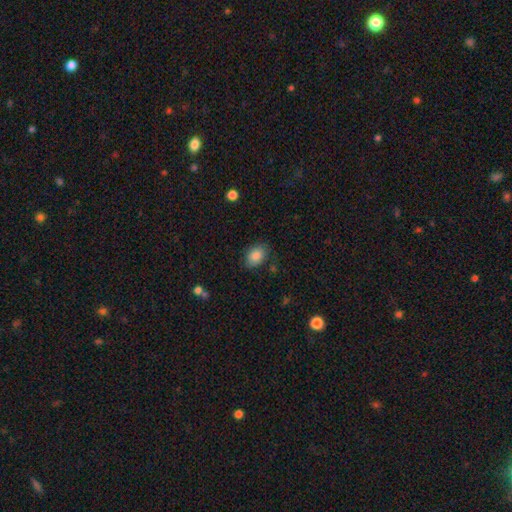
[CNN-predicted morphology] smooth 85%, star or artifact 8%, featured or disk 7%. Down the decision tree: how rounded — in between (73%); merging — none (82%).